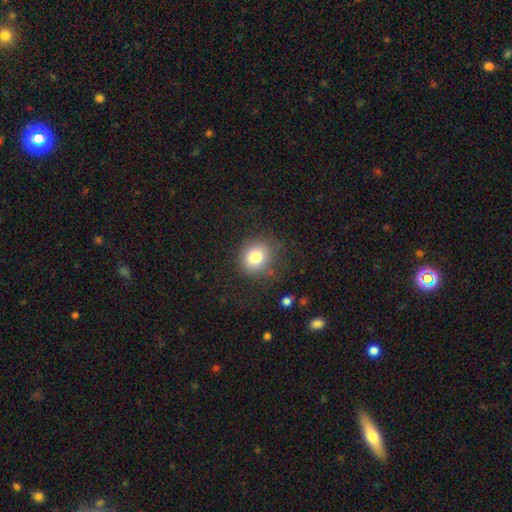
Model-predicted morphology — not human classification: A smooth galaxy with no disk features (81%) that is round (80%).

Vote fractions:
- Smooth or featured? smooth: 81% / star or artifact: 11% / featured or disk: 8%
- How rounded? round: 80% / in between: 19% / cigar-shaped: 1%
- Merging? none: 77% / minor disturbance: 15% / major disturbance: 7% / merger: 2%